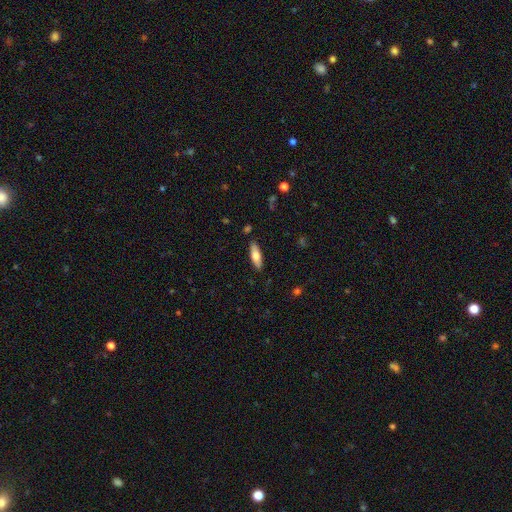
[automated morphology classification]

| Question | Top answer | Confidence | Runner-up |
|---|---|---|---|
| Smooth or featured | smooth | 66% | featured or disk (28%) |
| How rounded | in between | 53% | cigar-shaped (45%) |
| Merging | none | 87% | minor disturbance (10%) |